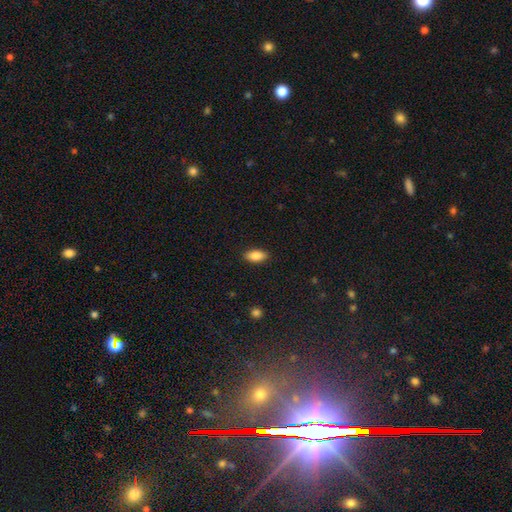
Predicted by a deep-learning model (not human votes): smooth-or-featured: smooth: 85% | featured or disk: 8% | star or artifact: 7%
  how-rounded: in between: 87% | cigar-shaped: 10% | round: 3%
  merging: none: 89% | minor disturbance: 8% | major disturbance: 2% | merger: 1%